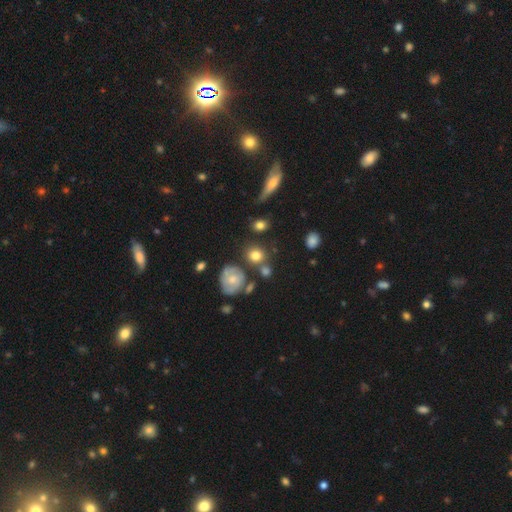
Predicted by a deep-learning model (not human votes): smooth 77%, featured or disk 14%, star or artifact 9%. Down the decision tree: how rounded — round (78%); merging — none (68%).